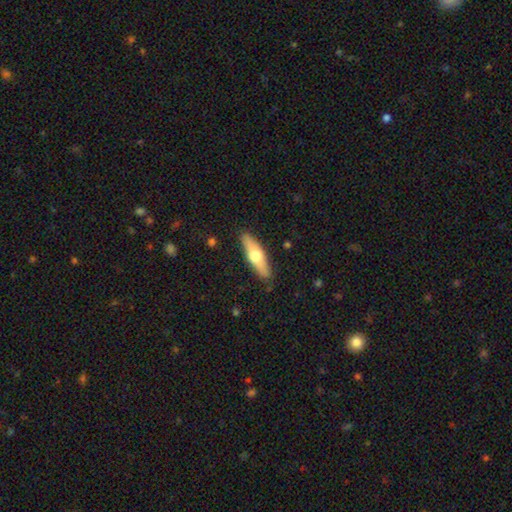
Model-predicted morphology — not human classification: Smooth or featured? Predicted: smooth (p=0.50). How rounded? Predicted: cigar-shaped (p=0.61). Merging? Predicted: none (p=0.88).